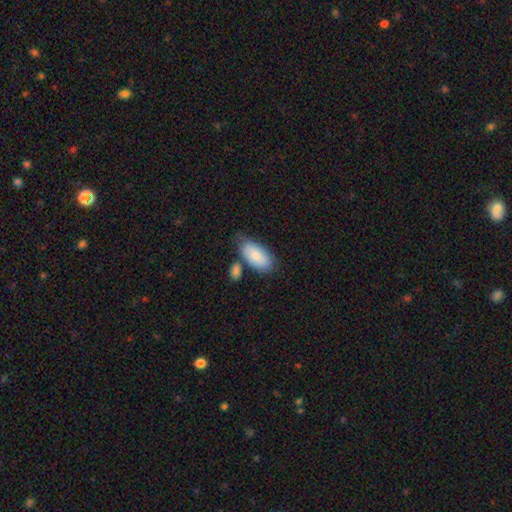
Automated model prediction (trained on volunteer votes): Smooth or featured?
  - smooth: 84% *
  - featured or disk: 11%
  - star or artifact: 5%
How rounded?
  - in between: 93% *
  - cigar-shaped: 4%
  - round: 2%
Merging?
  - none: 58% *
  - minor disturbance: 21%
  - merger: 15%
  - major disturbance: 6%